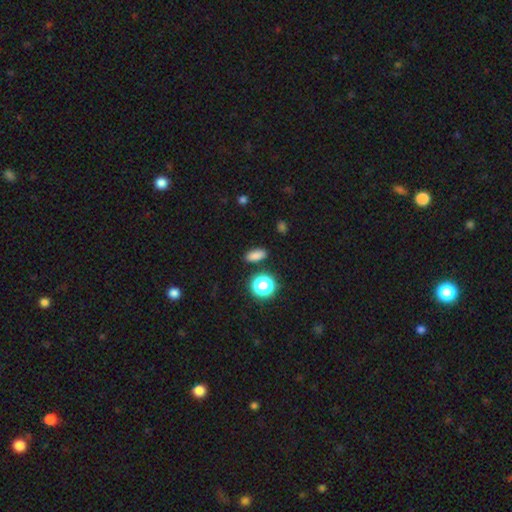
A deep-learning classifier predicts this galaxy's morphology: Overall: smooth (79%). How rounded: in between (77%). Merging: none (87%).